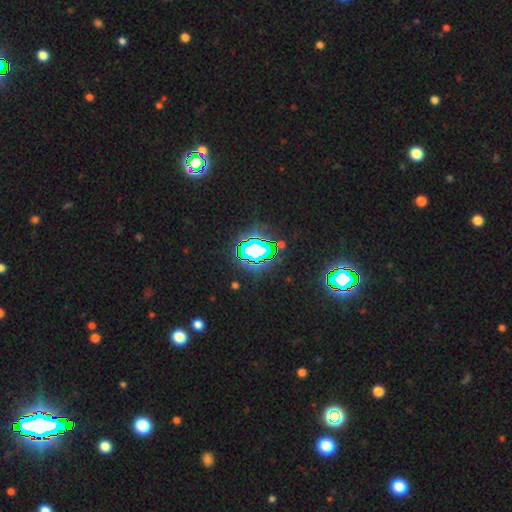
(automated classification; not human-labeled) smooth-or-featured: star or artifact: 71% | smooth: 18% | featured or disk: 12%